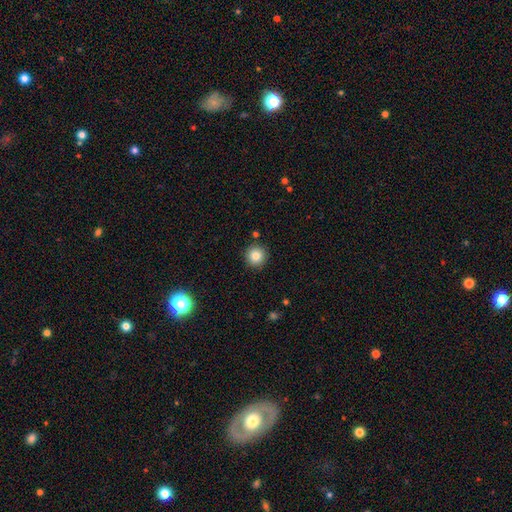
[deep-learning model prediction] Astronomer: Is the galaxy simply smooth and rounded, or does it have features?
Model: smooth — 83%.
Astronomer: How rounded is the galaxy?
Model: round — 95%.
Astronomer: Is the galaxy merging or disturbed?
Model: none — 91%.